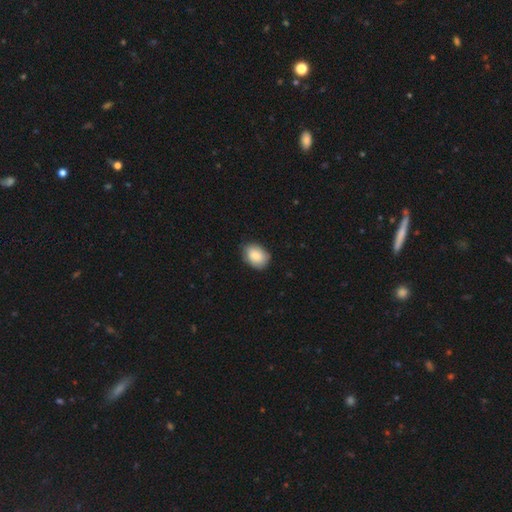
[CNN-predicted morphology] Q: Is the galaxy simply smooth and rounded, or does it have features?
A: smooth — 86%.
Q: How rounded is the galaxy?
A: in between — 78%.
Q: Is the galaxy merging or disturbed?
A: none — 77%.